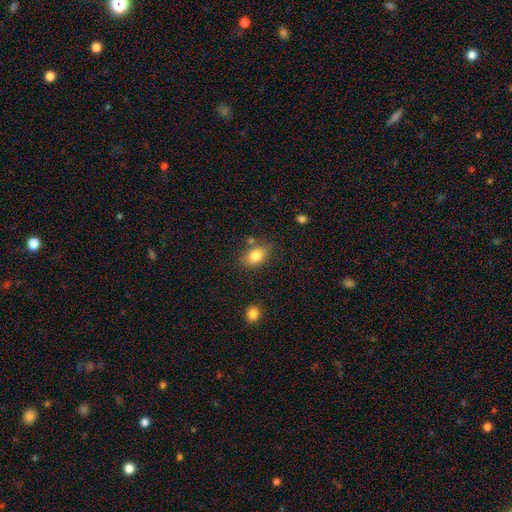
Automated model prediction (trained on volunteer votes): Morphology: type=smooth (82%); roundness=in between (80%); merging=none (72%).